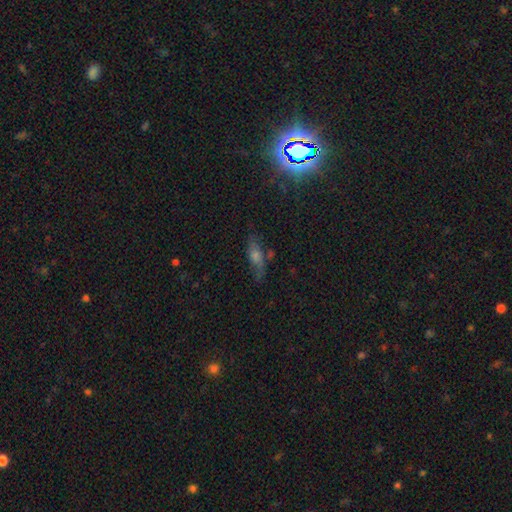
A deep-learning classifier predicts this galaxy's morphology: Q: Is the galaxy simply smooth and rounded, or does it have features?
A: featured or disk — 41%.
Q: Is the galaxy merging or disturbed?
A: none — 67%.